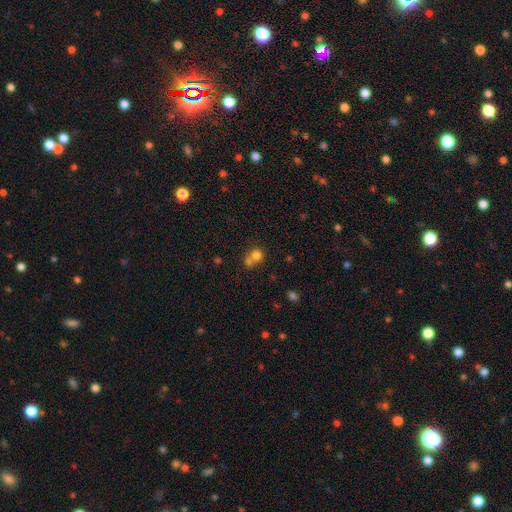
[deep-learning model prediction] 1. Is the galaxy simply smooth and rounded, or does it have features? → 76% smooth, 13% star or artifact, 11% featured or disk.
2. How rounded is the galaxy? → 80% round, 19% in between, 1% cigar-shaped.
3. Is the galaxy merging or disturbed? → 52% merger, 37% none, 7% minor disturbance, 4% major disturbance.